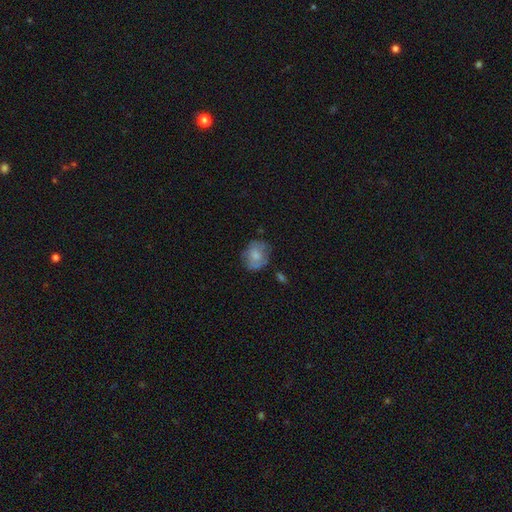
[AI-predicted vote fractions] Smooth or featured? Predicted: smooth (p=0.67). How rounded? Predicted: round (p=0.57). Merging? Predicted: none (p=0.64).